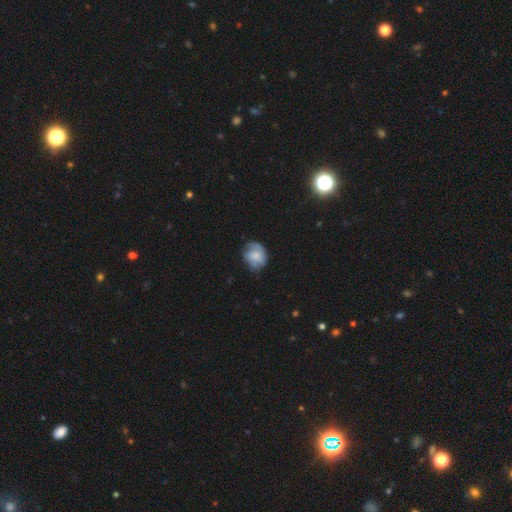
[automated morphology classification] This appears to be a smooth galaxy with no disk features (64%) that is round (56%). Merging: none (53%).